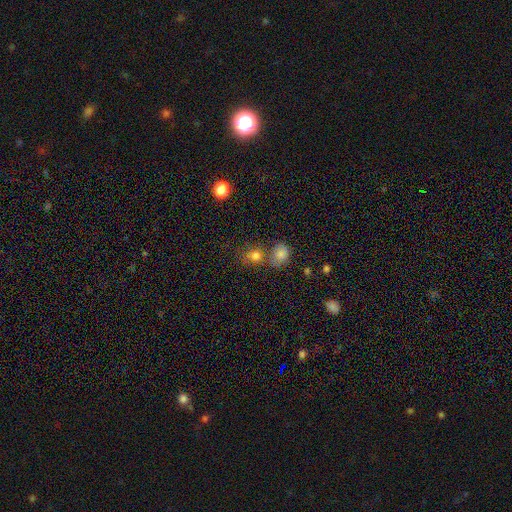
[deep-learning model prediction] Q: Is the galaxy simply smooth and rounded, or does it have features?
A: smooth — 77%.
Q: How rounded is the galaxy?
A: round — 69%.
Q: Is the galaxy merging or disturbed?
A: none — 48%.